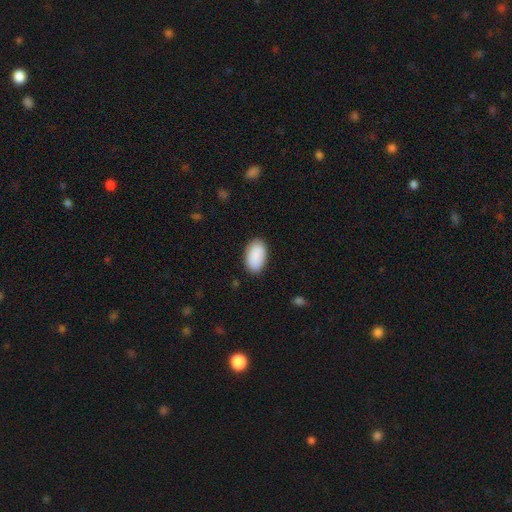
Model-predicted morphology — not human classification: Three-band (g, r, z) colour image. It shows a smooth galaxy with no disk features (90%) that is in between round and cigar-shaped (95%). Merging: none (86%).